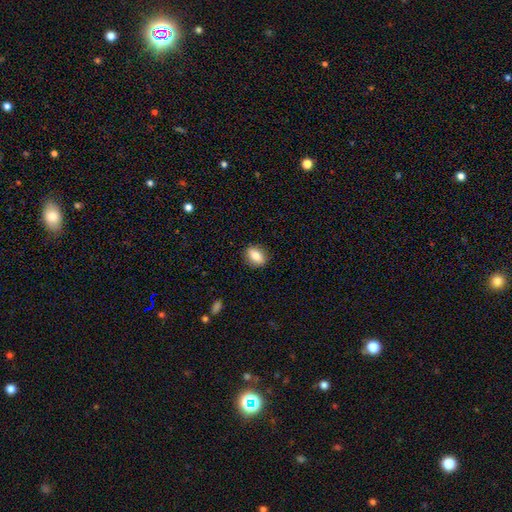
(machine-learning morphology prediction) Overall: smooth (74%). How rounded: in between (72%). Merging: none (87%).